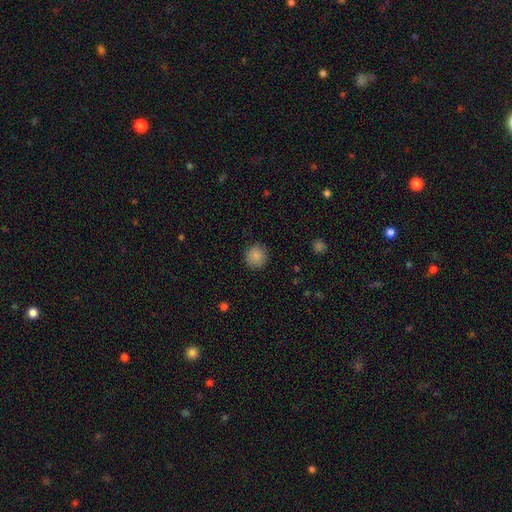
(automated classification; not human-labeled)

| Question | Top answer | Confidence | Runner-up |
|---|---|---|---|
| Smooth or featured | smooth | 86% | star or artifact (9%) |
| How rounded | round | 92% | in between (7%) |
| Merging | none | 90% | minor disturbance (7%) |